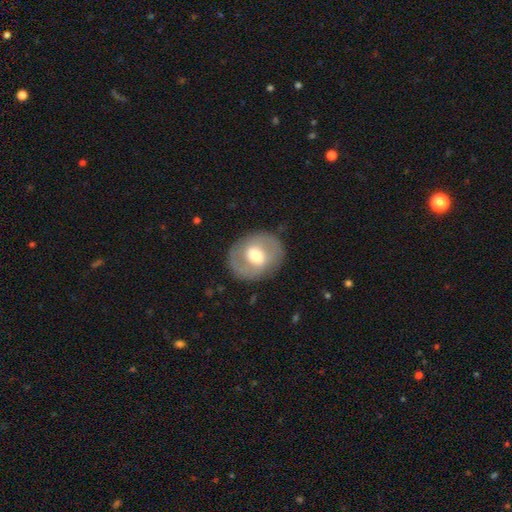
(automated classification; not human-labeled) Overall: featured or disk (56%; smooth 38%). Edge-on disk: no (96%). Bar: weak (44%; no 34%). Spiral arms: yes (52%; no 48%). Bulge size: moderate (67%). Merging: none (81%).